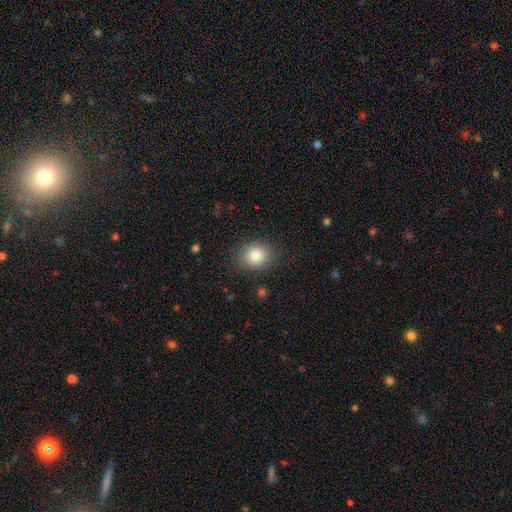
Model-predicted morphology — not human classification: smooth-or-featured: smooth: 82% | star or artifact: 11% | featured or disk: 8%
  how-rounded: round: 69% | in between: 30% | cigar-shaped: 1%
  merging: none: 86% | minor disturbance: 10% | major disturbance: 3% | merger: 1%